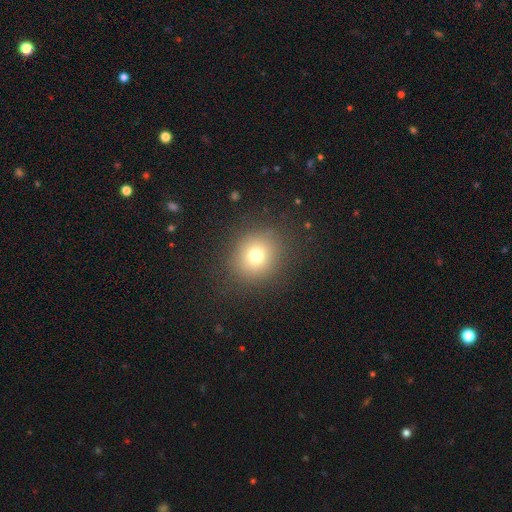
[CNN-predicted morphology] smooth 73%, star or artifact 17%, featured or disk 11%. Down the decision tree: how rounded — round (85%); merging — none (86%).